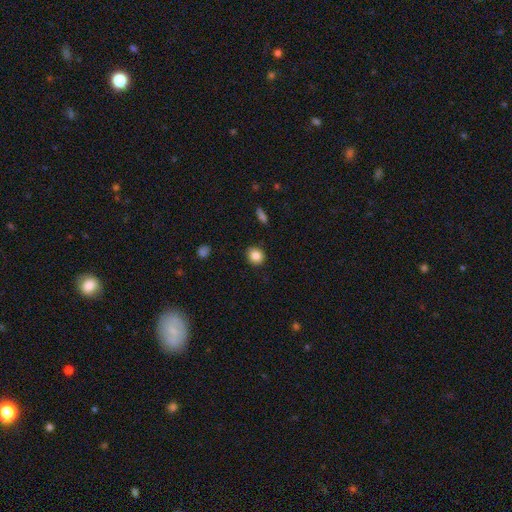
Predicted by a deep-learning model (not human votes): A smooth galaxy with no disk features (86%) that is round (84%).

Vote fractions:
- Smooth or featured? smooth: 86% / star or artifact: 9% / featured or disk: 5%
- How rounded? round: 84% / in between: 15% / cigar-shaped: 1%
- Merging? none: 89% / minor disturbance: 7% / major disturbance: 2% / merger: 1%